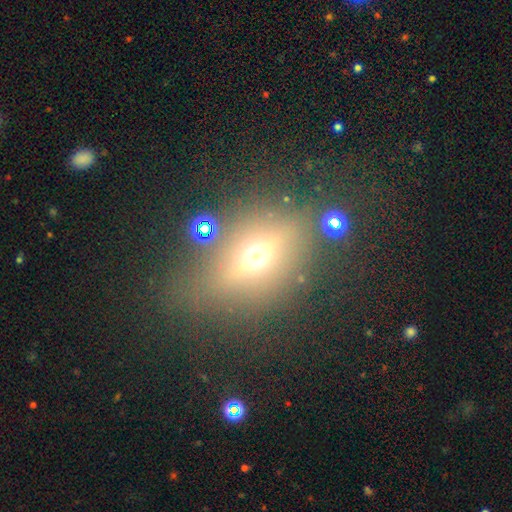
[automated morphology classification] type=smooth (45%); merging=none (70%).